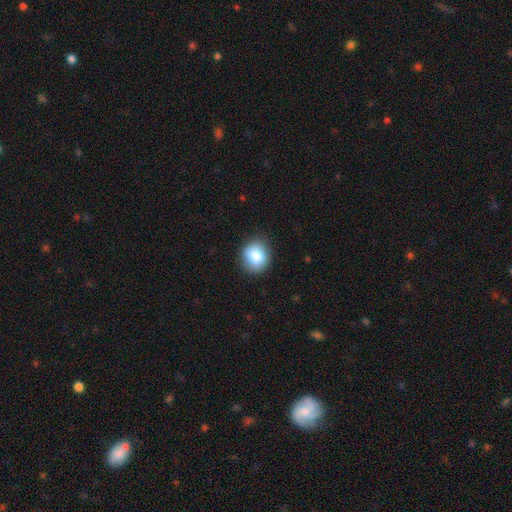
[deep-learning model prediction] Smooth or featured: smooth — 85% (star or artifact — 9%)
How rounded: round — 78% (in between — 21%)
Merging: none — 87% (minor disturbance — 10%)